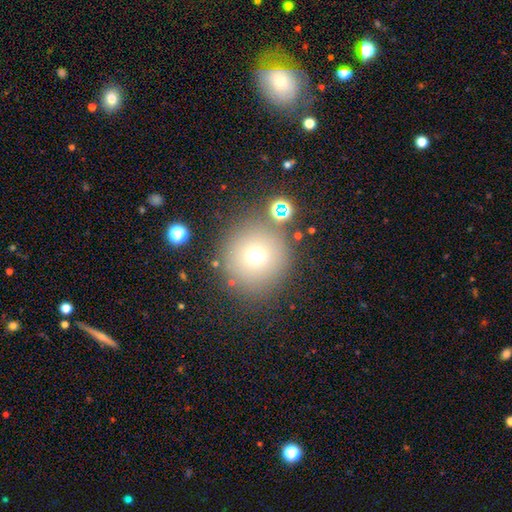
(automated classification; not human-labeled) Smooth or featured: smooth — 70% (star or artifact — 18%)
How rounded: round — 95% (in between — 4%)
Merging: none — 81% (minor disturbance — 9%)